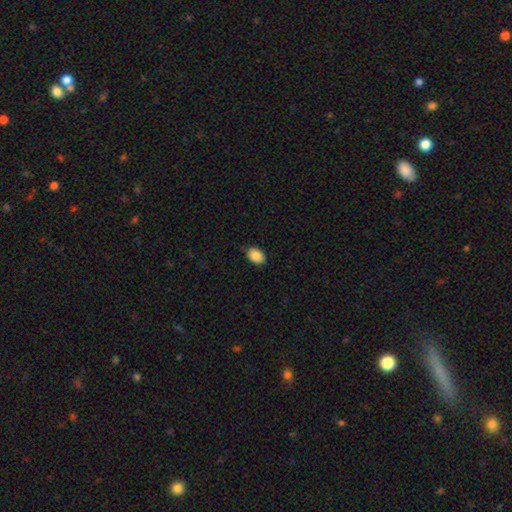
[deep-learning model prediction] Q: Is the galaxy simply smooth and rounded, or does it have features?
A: smooth — 88%.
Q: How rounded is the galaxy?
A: in between — 83%.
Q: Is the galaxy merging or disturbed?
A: none — 85%.